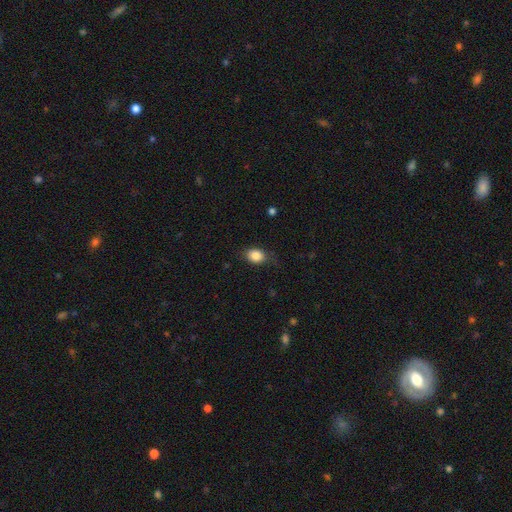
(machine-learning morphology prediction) Q: Smooth or featured?
A: smooth (85%); runner-up: star or artifact (9%)
Q: How rounded?
A: in between (61%); runner-up: round (38%)
Q: Merging?
A: none (76%); runner-up: minor disturbance (19%)